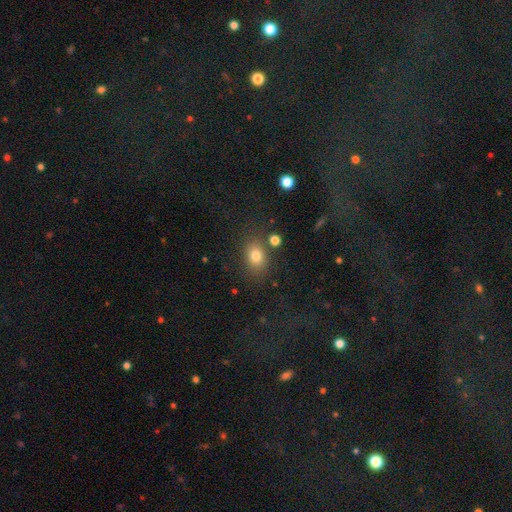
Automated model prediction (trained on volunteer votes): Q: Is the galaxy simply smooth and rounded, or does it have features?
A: smooth — 78%.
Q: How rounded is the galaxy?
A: in between — 63%.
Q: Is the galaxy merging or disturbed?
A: none — 77%.